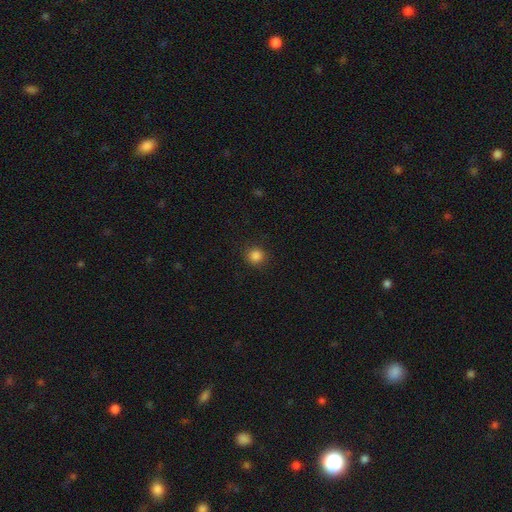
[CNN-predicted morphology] Q: Smooth or featured?
A: smooth (85%); runner-up: star or artifact (12%)
Q: How rounded?
A: round (92%); runner-up: in between (7%)
Q: Merging?
A: none (91%); runner-up: minor disturbance (6%)